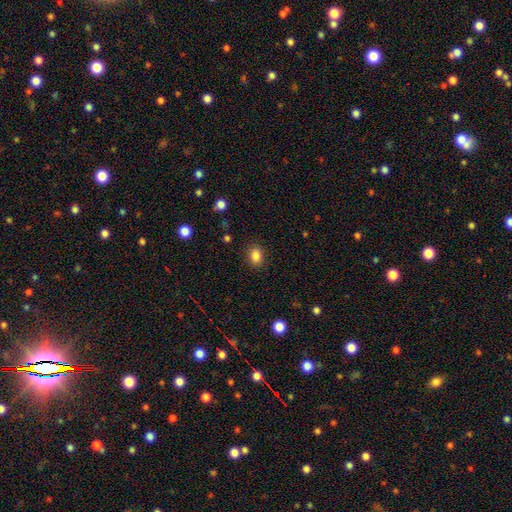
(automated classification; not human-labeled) This is clearly a smooth galaxy (85%). How rounded: possibly in between (57%). Merging: clearly none (87%).